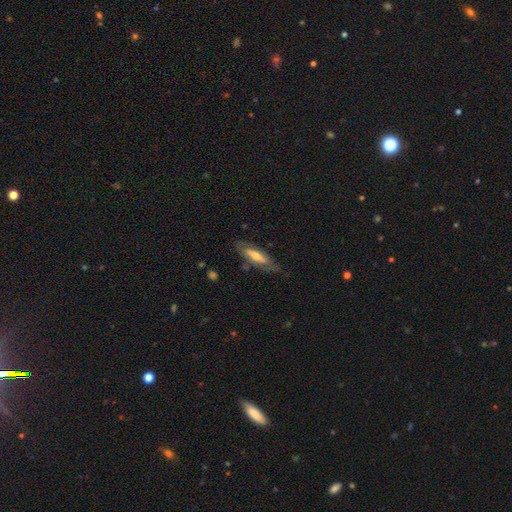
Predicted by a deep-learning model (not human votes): Smooth or featured: featured or disk — 57% (smooth — 37%)
Edge-on disk: no — 55% (yes — 45%)
Merging: none — 74% (minor disturbance — 18%)